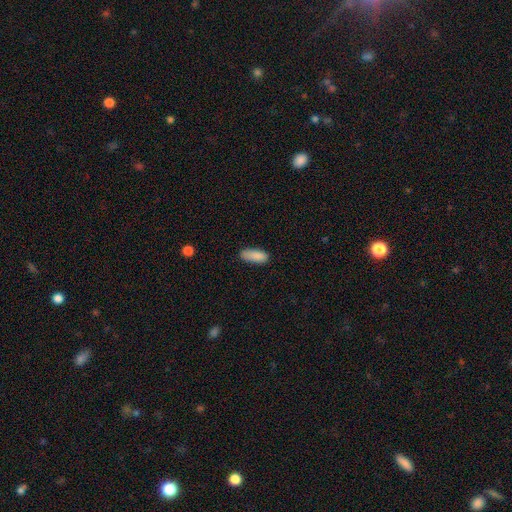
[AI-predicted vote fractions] smooth_or_featured: smooth (p=0.88) [alt: star or artifact p=0.07]
how_rounded: in between (p=0.77) [alt: cigar-shaped p=0.21]
merging: none (p=0.73) [alt: minor disturbance p=0.21]